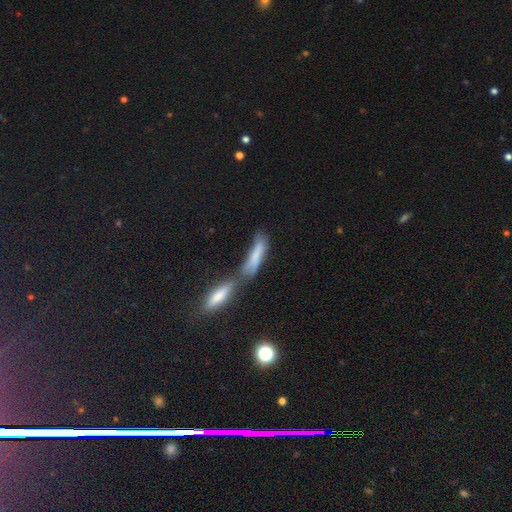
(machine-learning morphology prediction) Smooth or featured?
  - smooth: 67% *
  - featured or disk: 24%
  - star or artifact: 8%
How rounded?
  - cigar-shaped: 74% *
  - in between: 24%
  - round: 2%
Merging?
  - merger: 51% *
  - none: 29%
  - minor disturbance: 13%
  - major disturbance: 7%